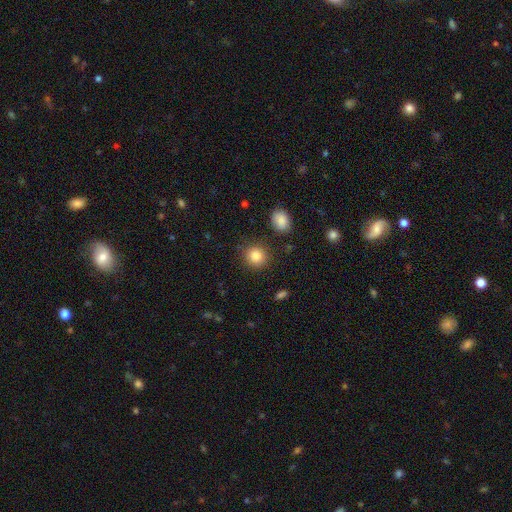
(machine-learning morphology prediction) A smooth galaxy with no disk features (85%) that is round (88%). Merging: none (87%).